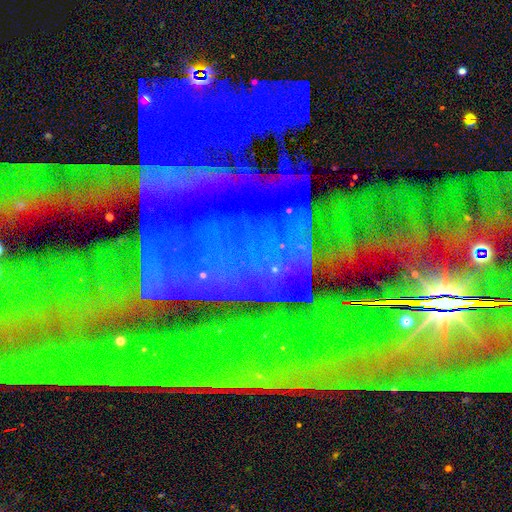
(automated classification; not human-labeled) Smooth or featured? star or artifact (83%)